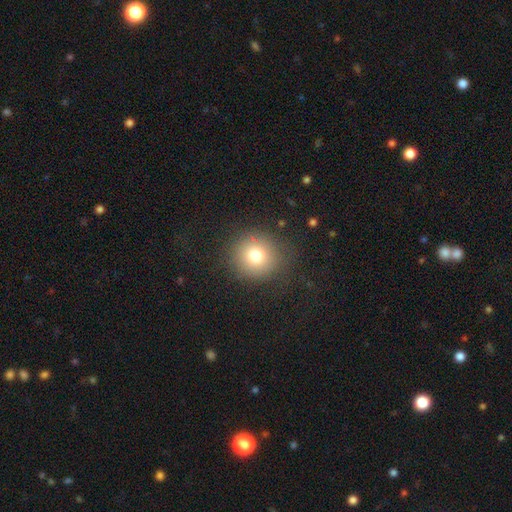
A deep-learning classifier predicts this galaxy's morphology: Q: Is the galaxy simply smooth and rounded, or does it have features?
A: smooth — 76%.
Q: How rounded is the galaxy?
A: round — 92%.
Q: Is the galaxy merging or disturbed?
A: none — 84%.